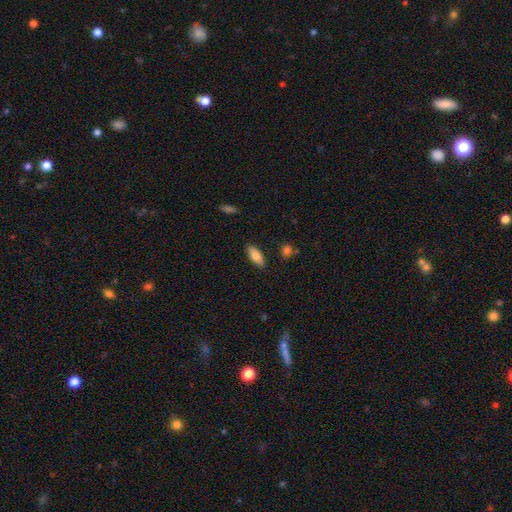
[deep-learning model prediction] Smooth or featured?
  - smooth: 79% *
  - featured or disk: 14%
  - star or artifact: 7%
How rounded?
  - in between: 79% *
  - cigar-shaped: 19%
  - round: 2%
Merging?
  - none: 86% *
  - minor disturbance: 10%
  - major disturbance: 2%
  - merger: 2%